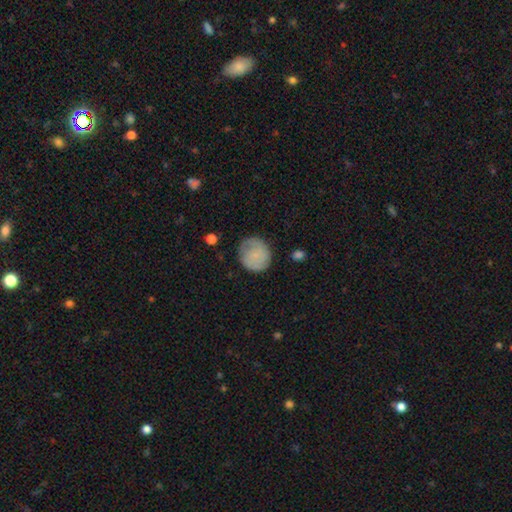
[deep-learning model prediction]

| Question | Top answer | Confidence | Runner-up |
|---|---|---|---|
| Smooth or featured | smooth | 63% | featured or disk (30%) |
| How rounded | round | 85% | in between (14%) |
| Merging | none | 73% | minor disturbance (19%) |